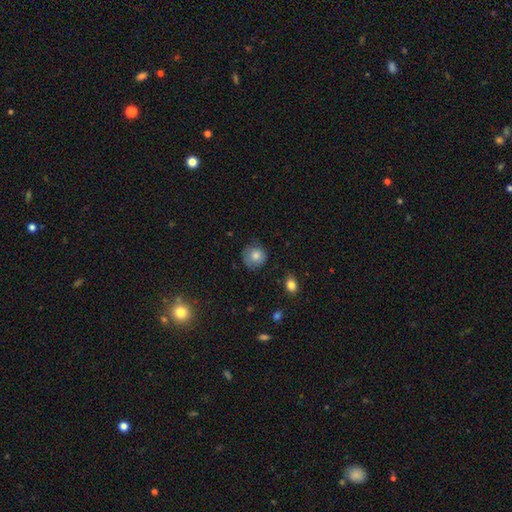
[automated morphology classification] Smooth or featured: smooth — 78% (featured or disk — 13%)
How rounded: round — 89% (in between — 10%)
Merging: none — 70% (minor disturbance — 23%)